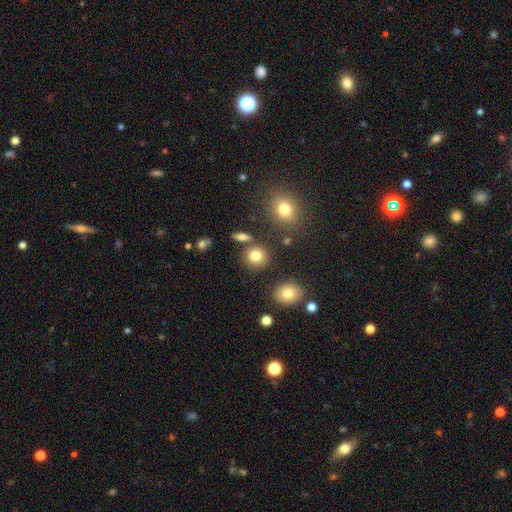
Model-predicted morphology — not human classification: Q: Smooth or featured?
A: smooth (78%); runner-up: star or artifact (13%)
Q: How rounded?
A: round (87%); runner-up: in between (12%)
Q: Merging?
A: none (81%); runner-up: minor disturbance (8%)